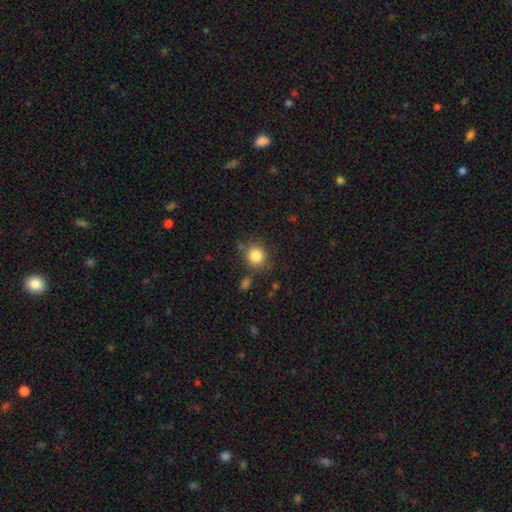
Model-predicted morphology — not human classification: A smooth galaxy with no disk features (84%) that is round (84%). Merging: none (76%).